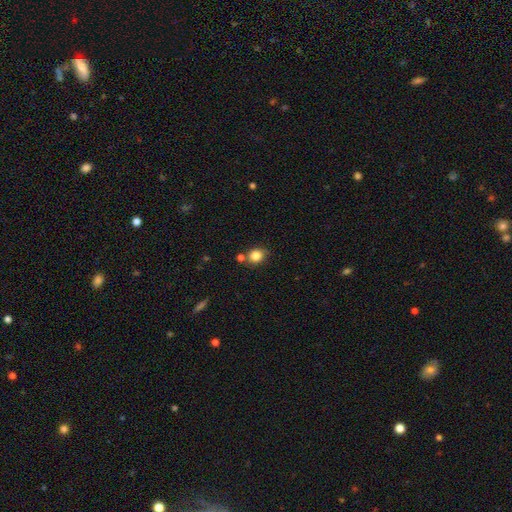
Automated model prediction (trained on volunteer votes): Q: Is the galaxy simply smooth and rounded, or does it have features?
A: smooth — 83%.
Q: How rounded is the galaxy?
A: round — 72%.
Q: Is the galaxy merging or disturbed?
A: none — 69%.